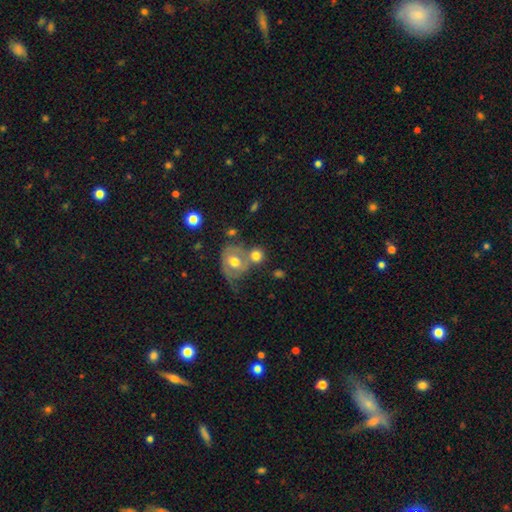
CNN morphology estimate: Q: Smooth or featured?
A: smooth (71%); runner-up: featured or disk (20%)
Q: How rounded?
A: round (76%); runner-up: in between (22%)
Q: Merging?
A: merger (44%); runner-up: none (37%)